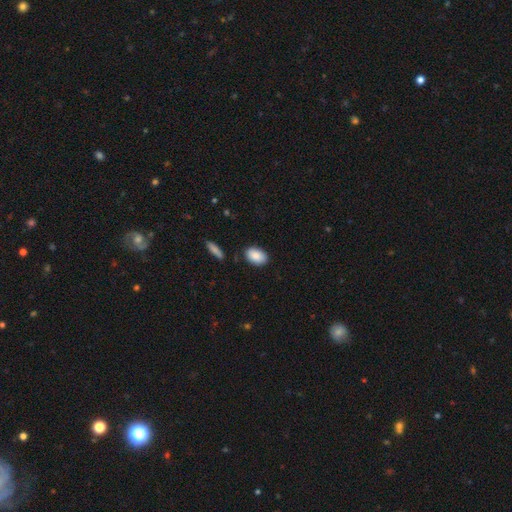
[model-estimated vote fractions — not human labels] smooth 88%, star or artifact 7%, featured or disk 6%. Down the decision tree: how rounded — in between (90%); merging — none (85%).